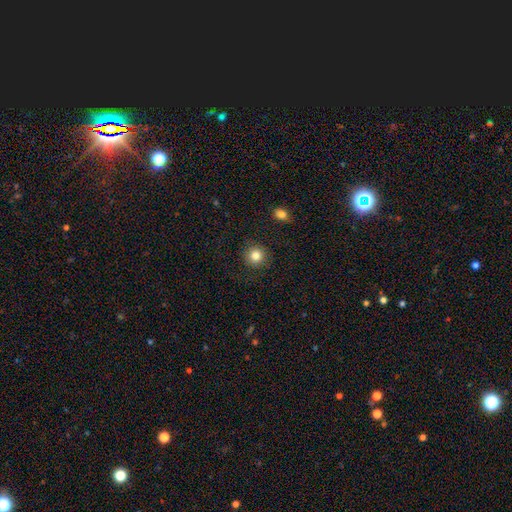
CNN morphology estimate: smooth_or_featured: smooth (p=0.84) [alt: star or artifact p=0.11]
how_rounded: round (p=0.94) [alt: in between p=0.05]
merging: none (p=0.90) [alt: minor disturbance p=0.06]